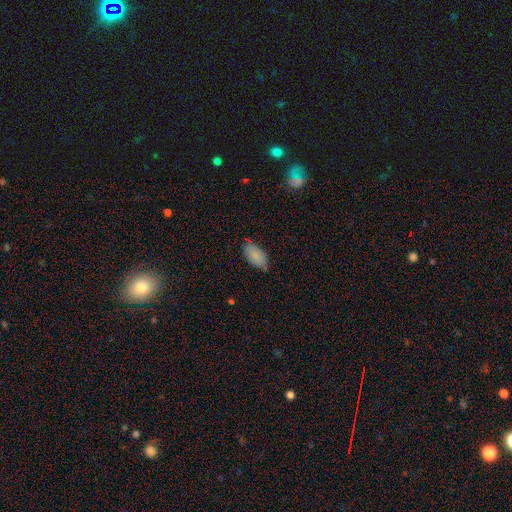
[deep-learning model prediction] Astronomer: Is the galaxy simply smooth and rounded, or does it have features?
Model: smooth — 86%.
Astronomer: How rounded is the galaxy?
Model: in between — 94%.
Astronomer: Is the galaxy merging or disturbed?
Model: none — 69%.